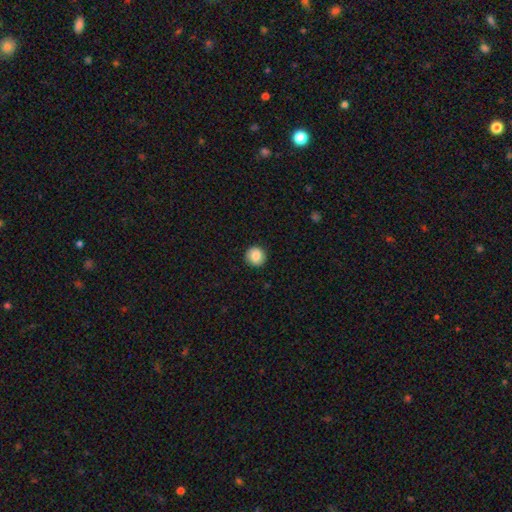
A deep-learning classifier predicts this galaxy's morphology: A smooth galaxy with no disk features (86%) that is round (94%).

Vote fractions:
- Smooth or featured? smooth: 86% / star or artifact: 8% / featured or disk: 6%
- How rounded? round: 94% / in between: 5% / cigar-shaped: 1%
- Merging? none: 91% / minor disturbance: 6% / major disturbance: 2% / merger: 1%